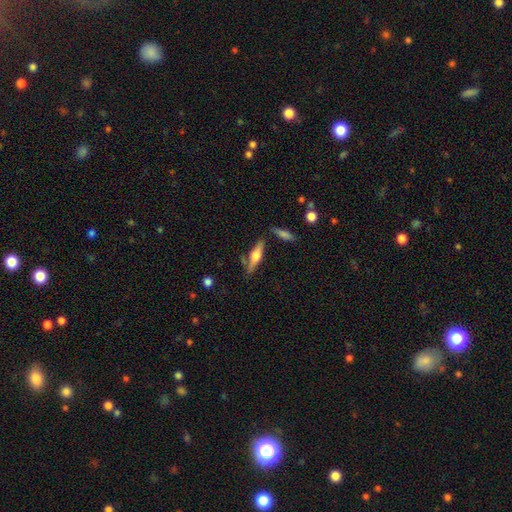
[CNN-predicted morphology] featured or disk 49%, smooth 44%, star or artifact 6%. Down the decision tree: merging — none (73%).